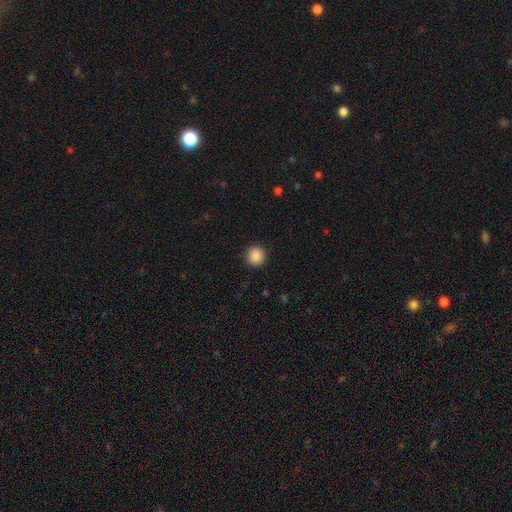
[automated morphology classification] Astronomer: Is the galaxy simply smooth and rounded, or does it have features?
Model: smooth — 88%.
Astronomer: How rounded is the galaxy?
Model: round — 93%.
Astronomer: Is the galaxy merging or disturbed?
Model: none — 92%.